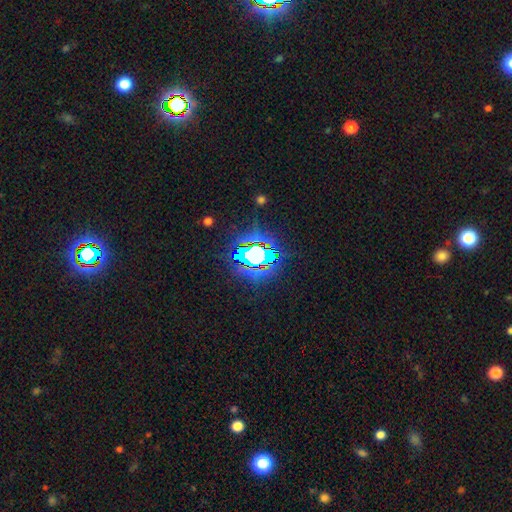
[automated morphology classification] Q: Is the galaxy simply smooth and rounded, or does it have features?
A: star or artifact — 67%.